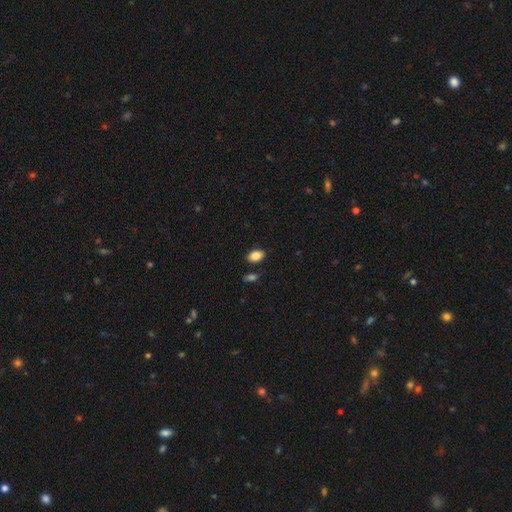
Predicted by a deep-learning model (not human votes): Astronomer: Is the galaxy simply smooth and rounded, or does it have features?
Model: smooth — 86%.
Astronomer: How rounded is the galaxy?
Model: in between — 89%.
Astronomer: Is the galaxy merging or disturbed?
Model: none — 85%.